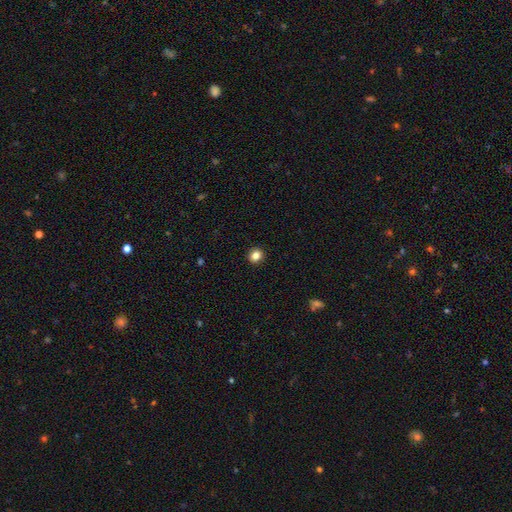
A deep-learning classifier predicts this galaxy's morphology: smooth-or-featured: smooth: 84% | star or artifact: 11% | featured or disk: 5%
  how-rounded: round: 86% | in between: 13% | cigar-shaped: 1%
  merging: none: 93% | minor disturbance: 5% | major disturbance: 2% | merger: 1%